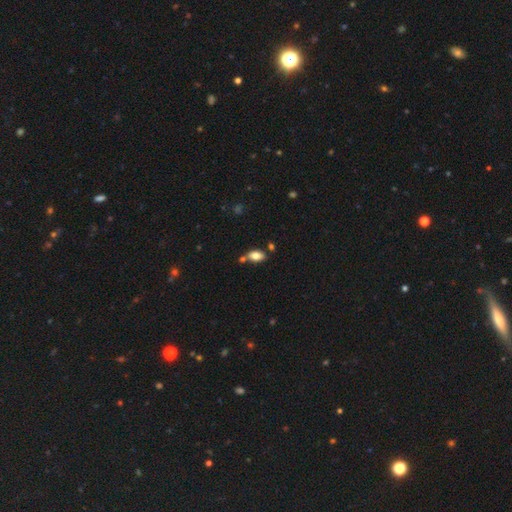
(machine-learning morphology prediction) smooth 79%, featured or disk 13%, star or artifact 8%. Down the decision tree: how rounded — in between (91%); merging — none (67%).